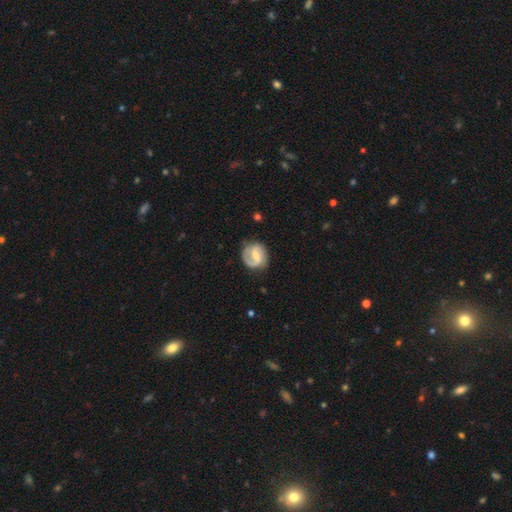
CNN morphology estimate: This appears to be a featured or disk galaxy (70%) with a weak bar (52%), 2 (59%) medium (42%) spiral arms (89%) and a small central bulge (45%). Merging: none (71%).